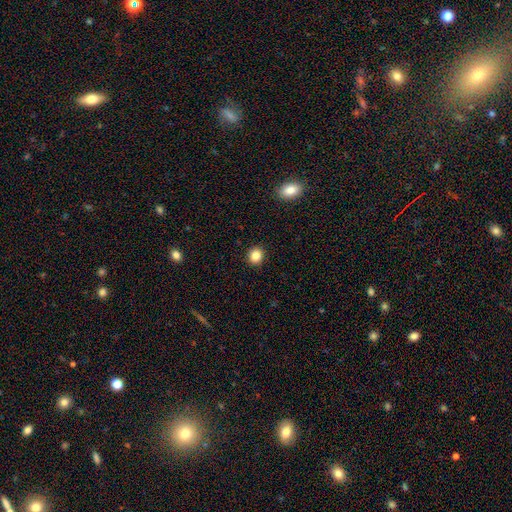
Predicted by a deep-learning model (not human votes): Q: Smooth or featured?
A: smooth (84%); runner-up: star or artifact (11%)
Q: How rounded?
A: round (83%); runner-up: in between (16%)
Q: Merging?
A: none (92%); runner-up: minor disturbance (5%)